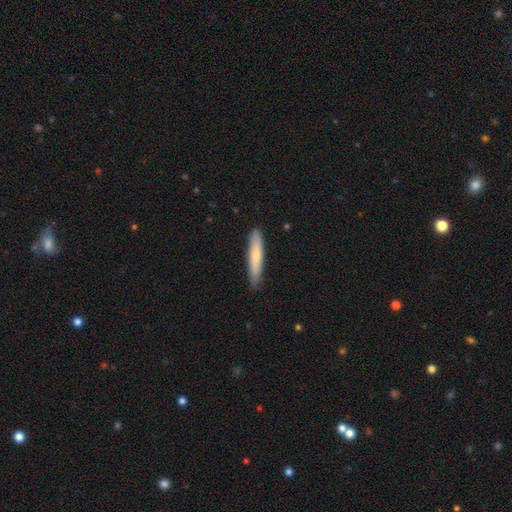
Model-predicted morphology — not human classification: This is likely a smooth galaxy (67%). How rounded: clearly cigar-shaped (89%). Merging: clearly none (88%).